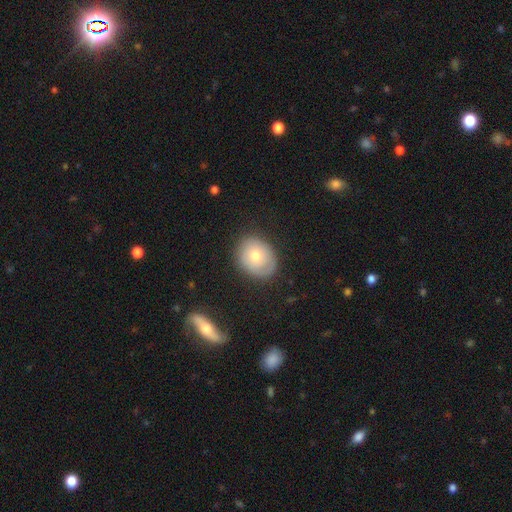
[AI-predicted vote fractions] Smooth or featured? Predicted: smooth (p=0.62). How rounded? Predicted: round (p=0.52). Merging? Predicted: none (p=0.80).